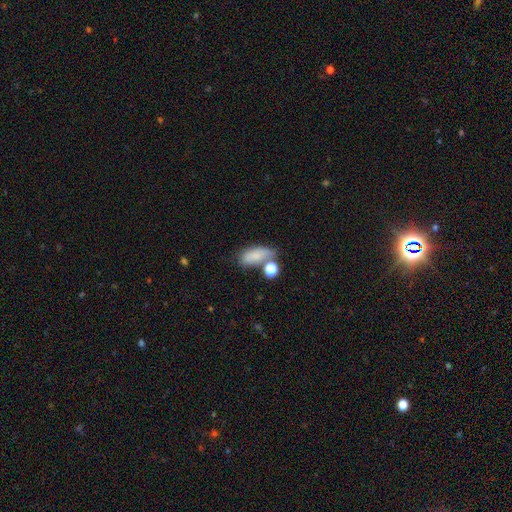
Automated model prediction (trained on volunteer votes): This appears to be a smooth galaxy with no disk features (79%) that is in between round and cigar-shaped (83%). Merging: none (46%).